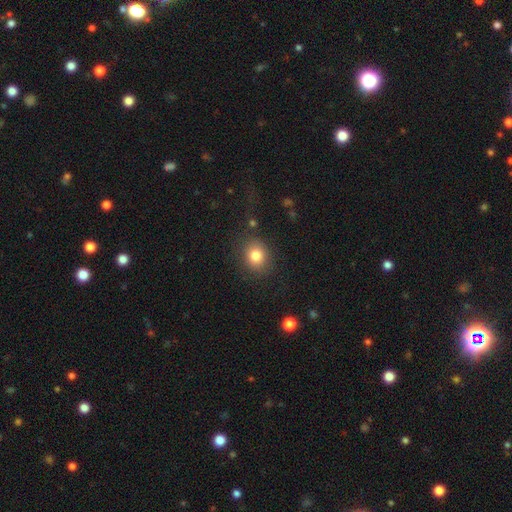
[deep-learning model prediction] This is clearly a smooth galaxy (81%). How rounded: likely round (69%). Merging: clearly none (82%).